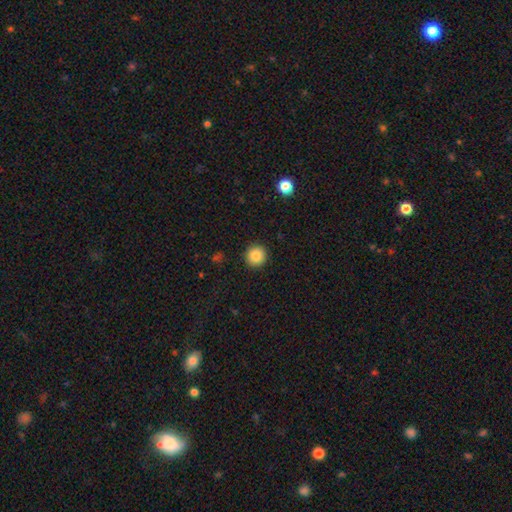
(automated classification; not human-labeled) Q: Smooth or featured?
A: smooth (86%); runner-up: star or artifact (9%)
Q: How rounded?
A: round (95%); runner-up: in between (5%)
Q: Merging?
A: none (92%); runner-up: minor disturbance (5%)